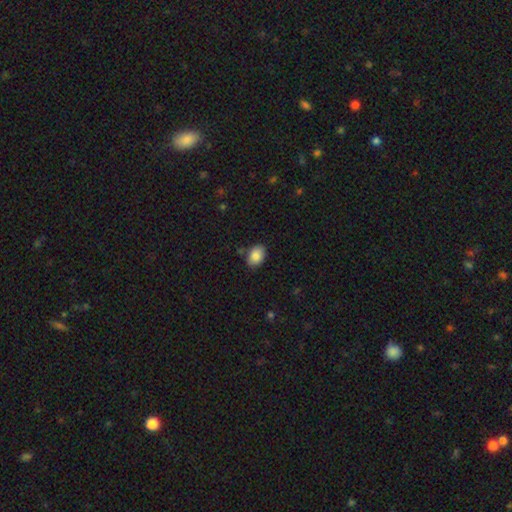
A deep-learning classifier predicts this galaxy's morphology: Smooth or featured?
  - smooth: 87% *
  - star or artifact: 7%
  - featured or disk: 6%
How rounded?
  - in between: 82% *
  - round: 16%
  - cigar-shaped: 1%
Merging?
  - none: 80% *
  - minor disturbance: 15%
  - major disturbance: 3%
  - merger: 3%